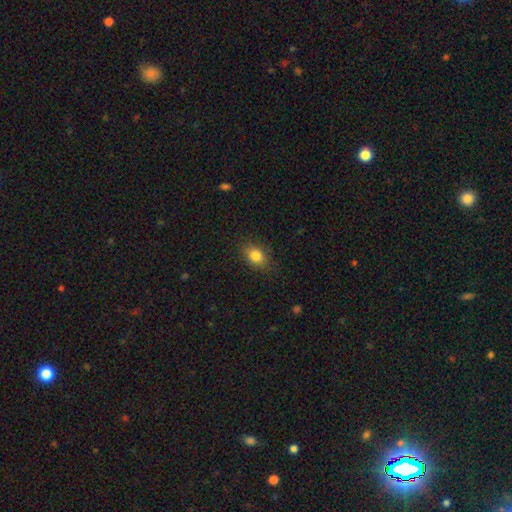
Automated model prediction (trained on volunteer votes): This is clearly a smooth galaxy (83%). How rounded: likely in between (74%). Merging: clearly none (85%).